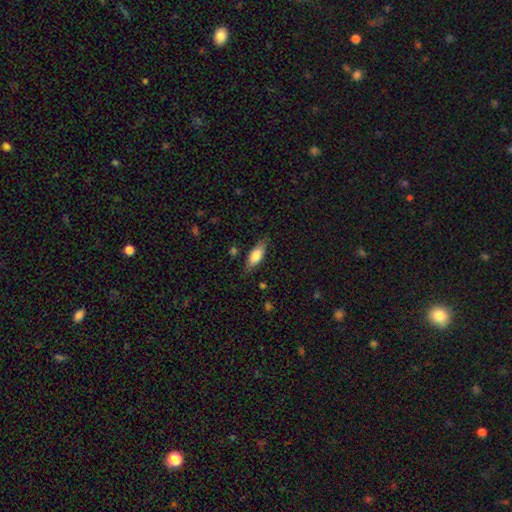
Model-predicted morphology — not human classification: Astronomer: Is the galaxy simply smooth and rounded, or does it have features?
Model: smooth — 74%.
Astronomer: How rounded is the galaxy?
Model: in between — 69%.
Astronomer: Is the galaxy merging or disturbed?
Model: none — 79%.